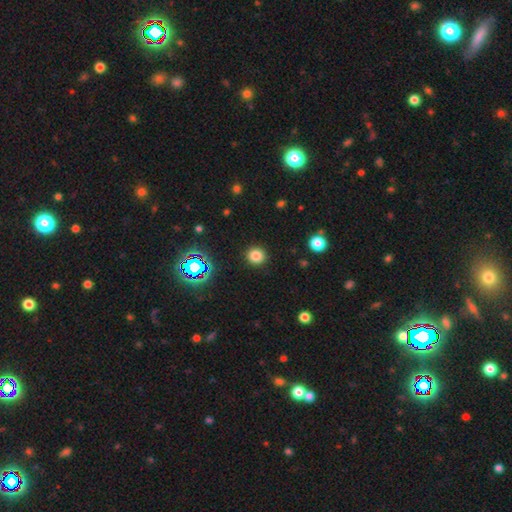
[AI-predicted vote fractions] A smooth galaxy with no disk features (77%) that is round (92%). Merging: none (91%).